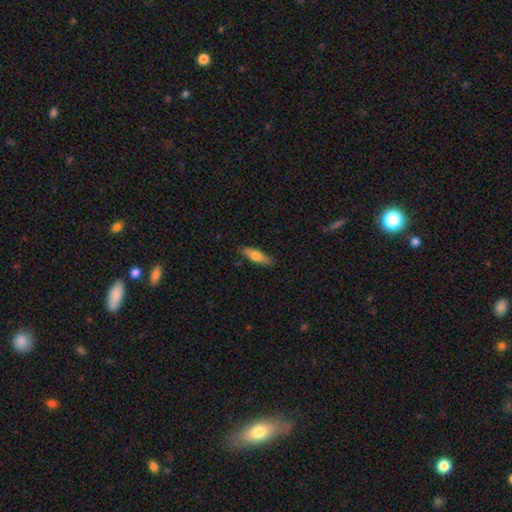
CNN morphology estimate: Smooth or featured? Predicted: smooth (p=0.66). How rounded? Predicted: cigar-shaped (p=0.53). Merging? Predicted: none (p=0.86).